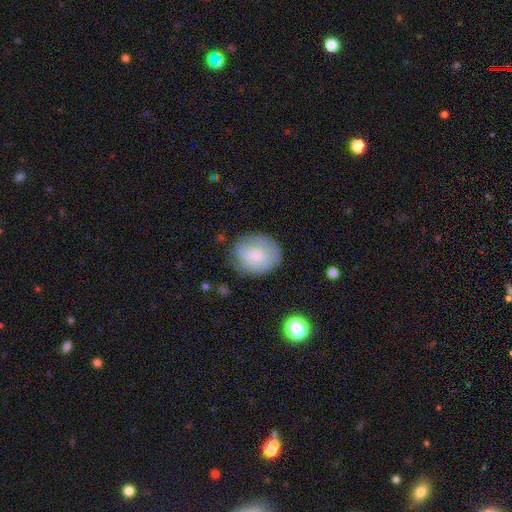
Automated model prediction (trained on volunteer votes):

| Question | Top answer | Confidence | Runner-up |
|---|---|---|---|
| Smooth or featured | smooth | 70% | featured or disk (22%) |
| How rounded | round | 60% | in between (39%) |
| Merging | none | 67% | minor disturbance (23%) |